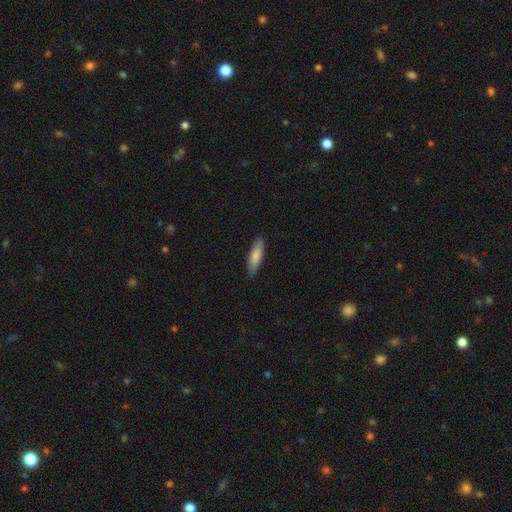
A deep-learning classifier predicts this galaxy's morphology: This is clearly a smooth galaxy (81%). How rounded: possibly cigar-shaped (58%). Merging: clearly none (86%).